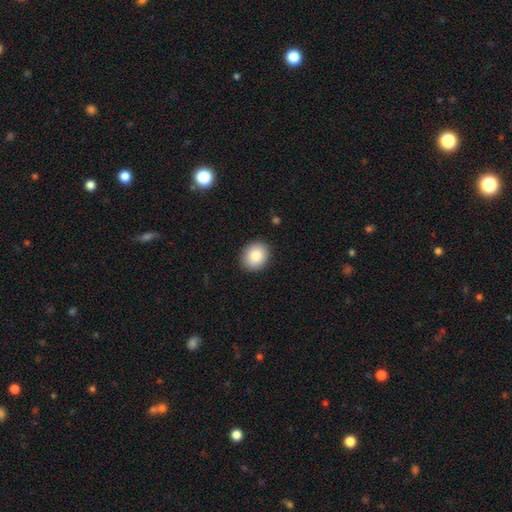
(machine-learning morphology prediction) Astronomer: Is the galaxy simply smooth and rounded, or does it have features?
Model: smooth — 85%.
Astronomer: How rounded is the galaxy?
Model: round — 65%.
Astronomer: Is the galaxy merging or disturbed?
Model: none — 90%.